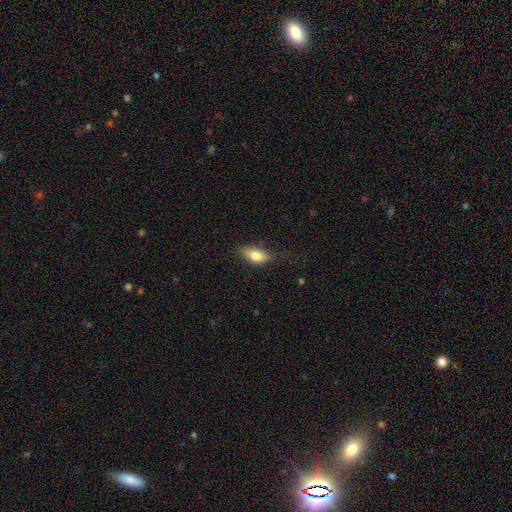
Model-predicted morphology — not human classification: This is likely a smooth galaxy (76%). How rounded: clearly in between (85%). Merging: likely none (67%).